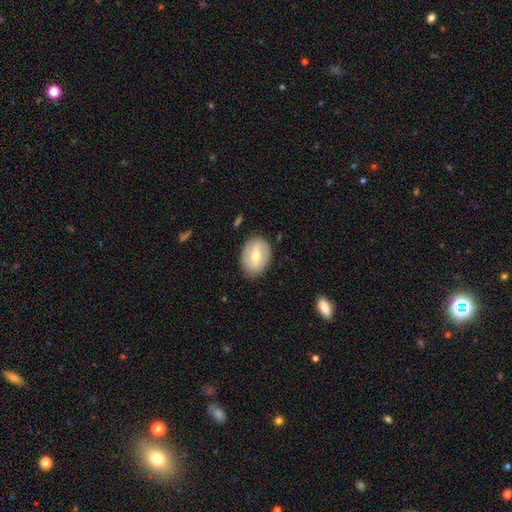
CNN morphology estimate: smooth_or_featured: smooth (p=0.50) [alt: featured or disk p=0.44]
merging: none (p=0.84) [alt: minor disturbance p=0.12]